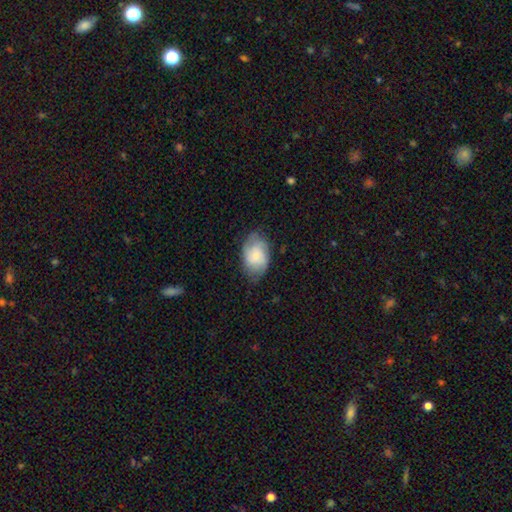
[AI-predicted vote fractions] Overall: smooth (69%). How rounded: in between (88%). Merging: none (66%; minor disturbance 26%).